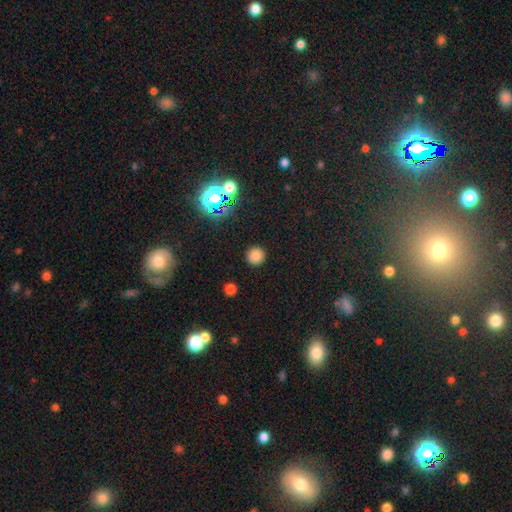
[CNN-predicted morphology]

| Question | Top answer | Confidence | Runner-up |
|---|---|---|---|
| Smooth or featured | smooth | 80% | star or artifact (16%) |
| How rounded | round | 95% | in between (4%) |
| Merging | none | 91% | minor disturbance (5%) |